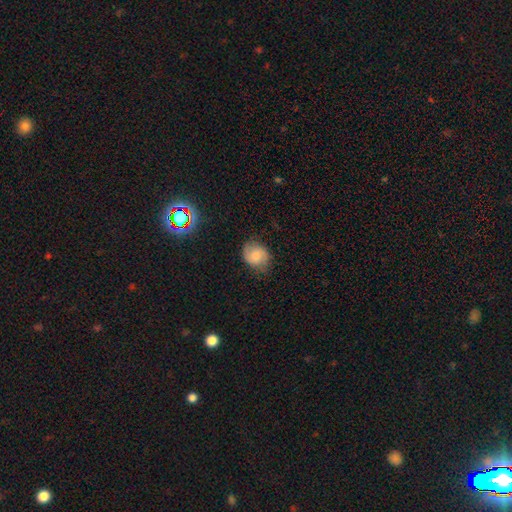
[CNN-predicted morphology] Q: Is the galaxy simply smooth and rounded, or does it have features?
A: smooth — 60%.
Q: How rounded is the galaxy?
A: round — 61%.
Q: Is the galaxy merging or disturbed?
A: none — 72%.